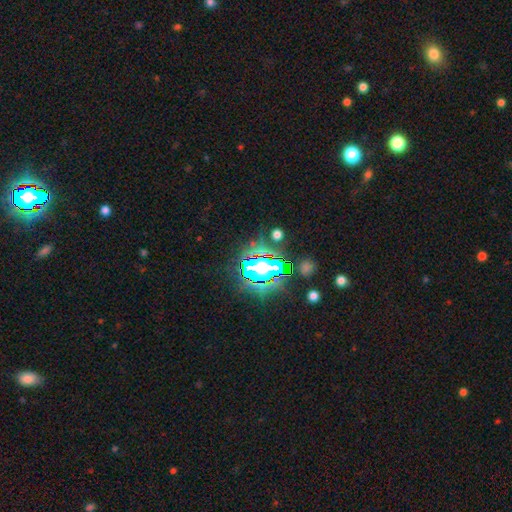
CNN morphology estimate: star or artifact 84%, smooth 9%, featured or disk 7%.